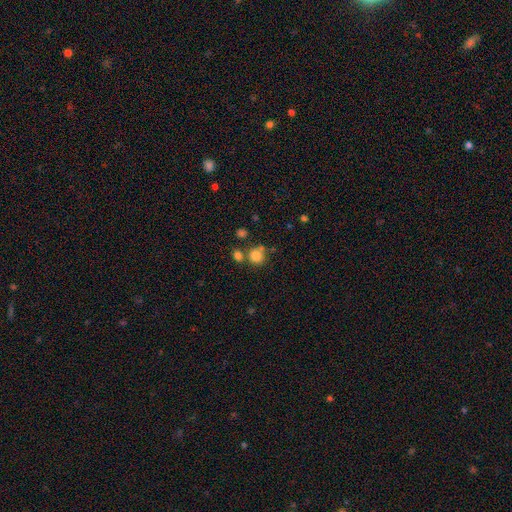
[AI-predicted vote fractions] smooth 81%, star or artifact 12%, featured or disk 6%. Down the decision tree: how rounded — round (87%); merging — none (65%).